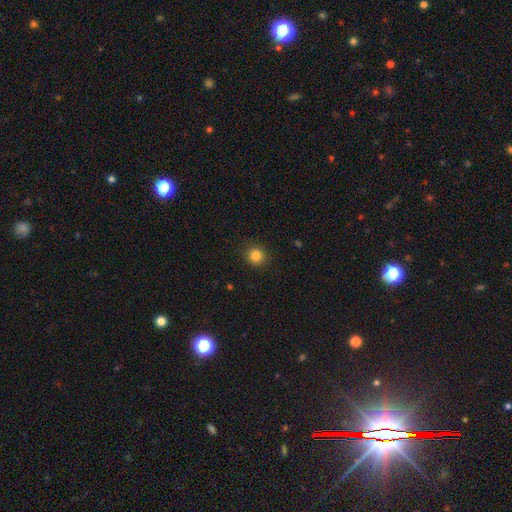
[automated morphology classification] This is clearly a smooth galaxy (84%). How rounded: clearly round (90%). Merging: clearly none (91%).